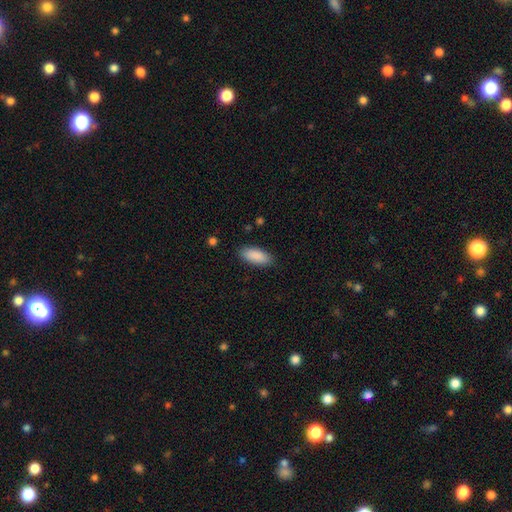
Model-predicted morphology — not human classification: smooth 90%, star or artifact 6%, featured or disk 4%. Down the decision tree: how rounded — in between (83%); merging — none (87%).